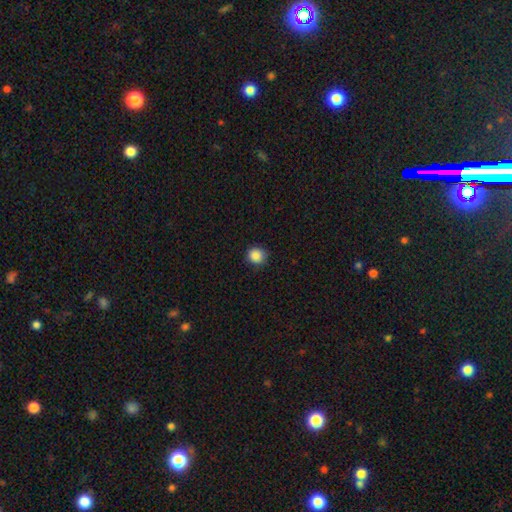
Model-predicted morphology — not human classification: Smooth or featured: smooth — 87% (star or artifact — 10%)
How rounded: round — 91% (in between — 8%)
Merging: none — 87% (minor disturbance — 10%)